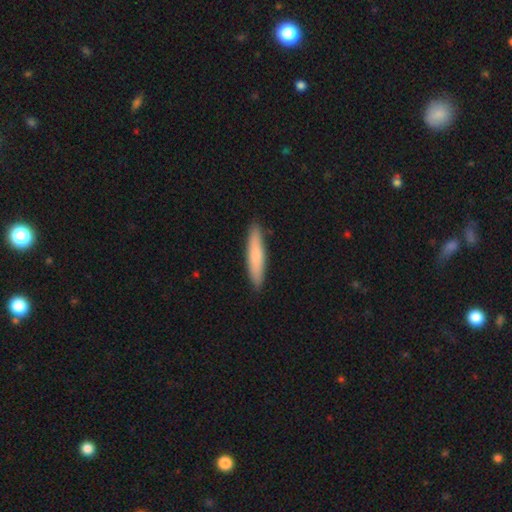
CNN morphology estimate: This appears to be a smooth galaxy with no disk features (75%) that is cigar-shaped (89%). Merging: none (90%).